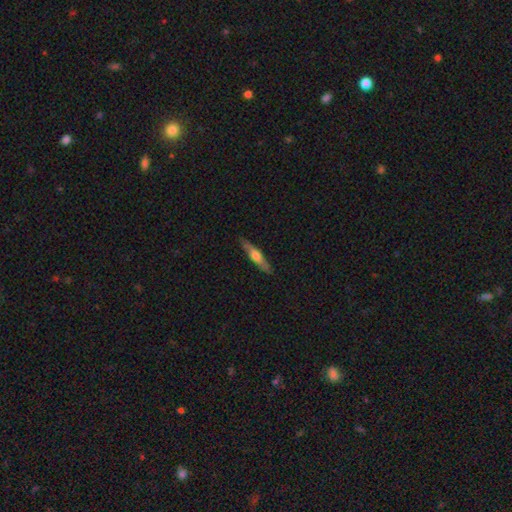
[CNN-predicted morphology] Smooth or featured?
  - featured or disk: 51% *
  - smooth: 44%
  - star or artifact: 6%
Edge-on disk?
  - yes: 91% *
  - no: 9%
Merging?
  - none: 88% *
  - minor disturbance: 9%
  - major disturbance: 2%
  - merger: 1%